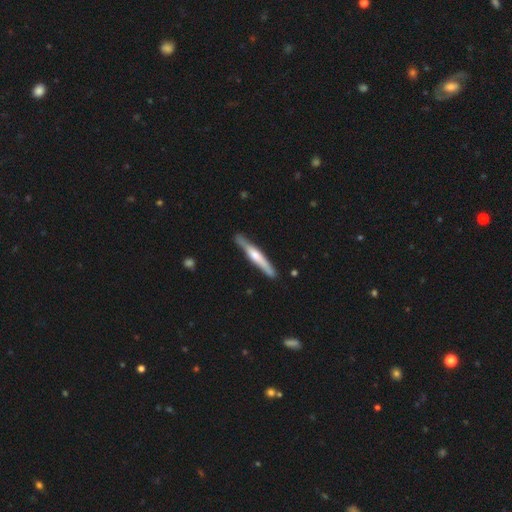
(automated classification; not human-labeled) smooth-or-featured: featured or disk: 61% | smooth: 34% | star or artifact: 5%
  disk-edge-on: yes: 96% | no: 4%
    edge-on-bulge: rounded: 74% | boxy: 13% | none: 12%
  merging: none: 87% | minor disturbance: 10% | merger: 2% | major disturbance: 2%